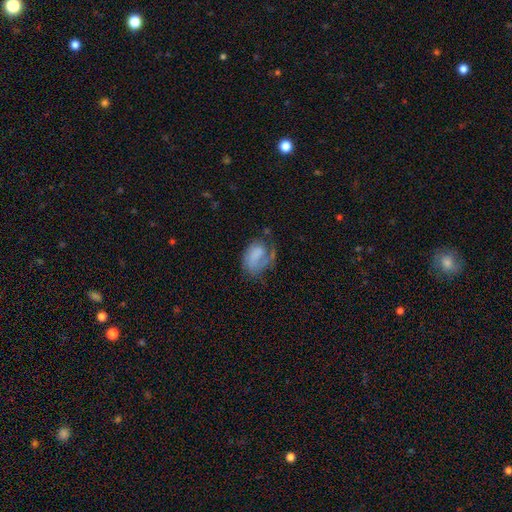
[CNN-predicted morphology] Smooth or featured: featured or disk — 52% (smooth — 39%)
Edge-on disk: no — 97% (yes — 3%)
Bar: no — 63% (weak — 29%)
Spiral arms: yes — 76% (no — 24%)
Bulge size: none — 54% (small — 15%)
Merging: none — 39% (major disturbance — 33%)